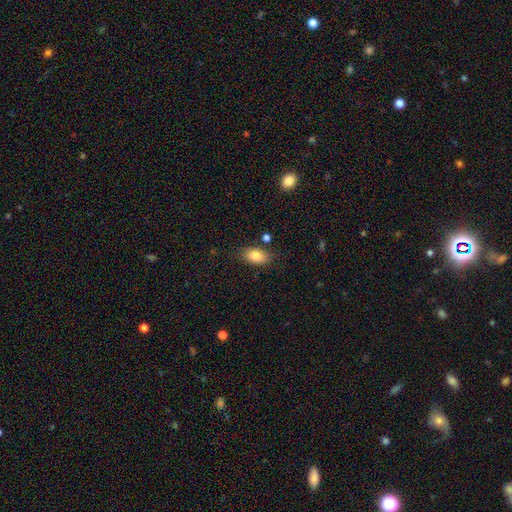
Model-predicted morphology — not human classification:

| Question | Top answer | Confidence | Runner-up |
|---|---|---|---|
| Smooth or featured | smooth | 83% | featured or disk (9%) |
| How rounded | in between | 90% | round (7%) |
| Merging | none | 80% | minor disturbance (13%) |